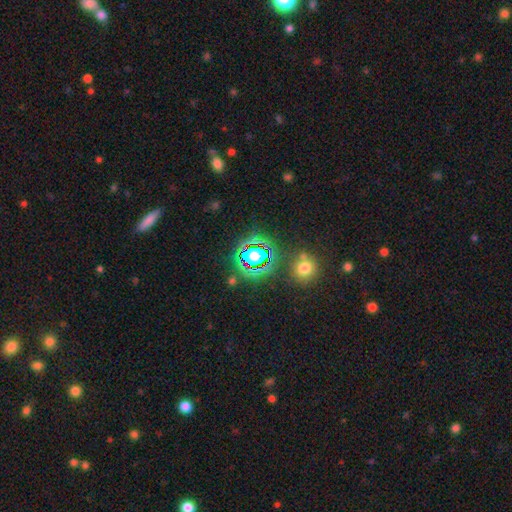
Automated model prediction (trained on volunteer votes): smooth-or-featured: star or artifact: 71% | smooth: 21% | featured or disk: 8%